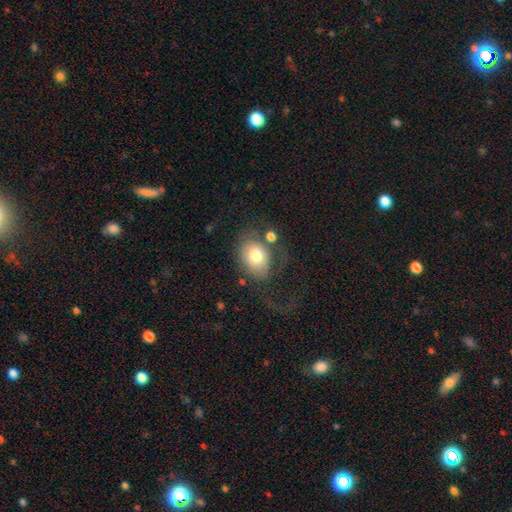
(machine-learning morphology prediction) This is likely a smooth galaxy (70%). How rounded: likely in between (60%). Merging: marginally none (42%).